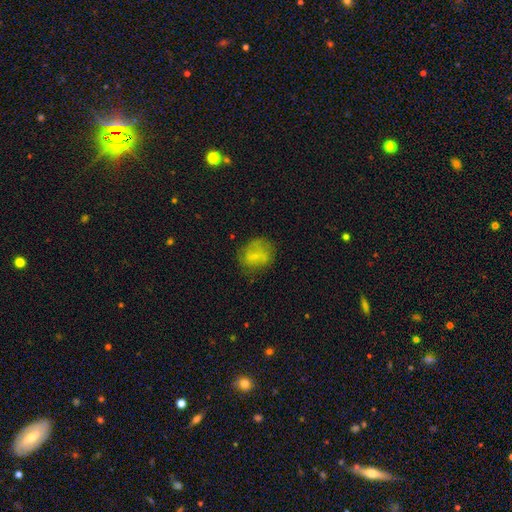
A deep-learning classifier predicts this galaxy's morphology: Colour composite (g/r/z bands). It shows a smooth galaxy with no disk features (57%) that is round (58%). Merging: none (61%).